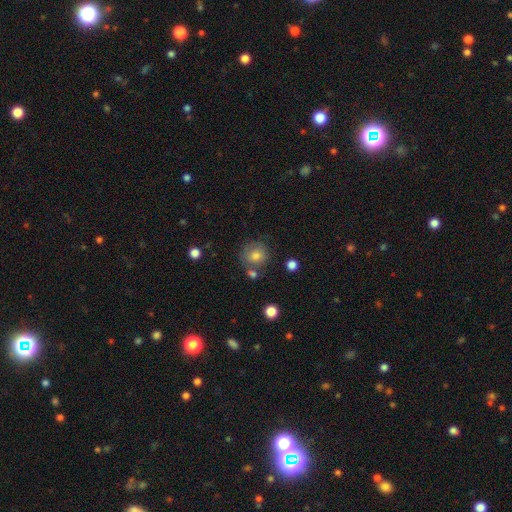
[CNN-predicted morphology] Smooth or featured? smooth (78%)
How rounded? round (86%)
Merging? none (69%)